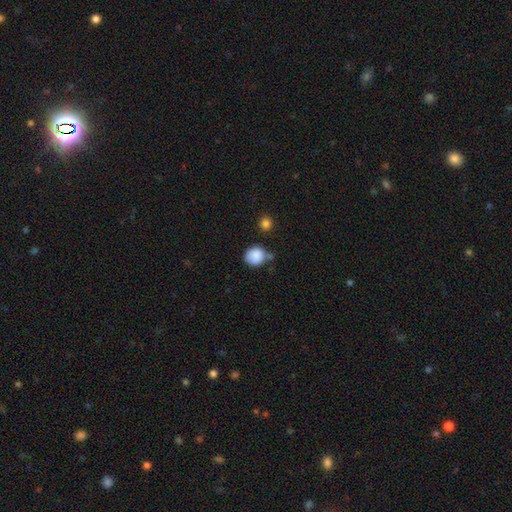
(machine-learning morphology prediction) A smooth galaxy with no disk features (87%) that is round (79%). Merging: none (60%).